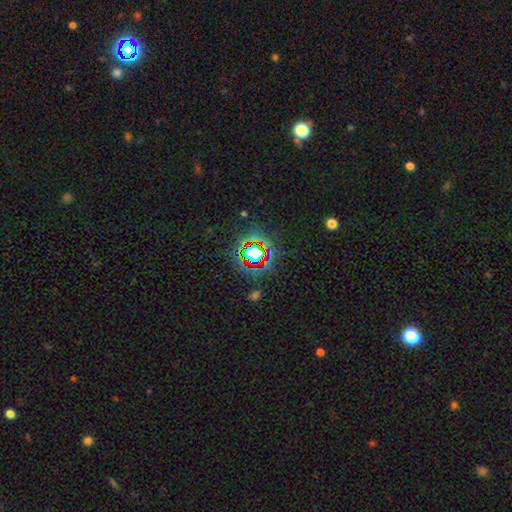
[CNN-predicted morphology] Smooth or featured: star or artifact — 73% (smooth — 16%)